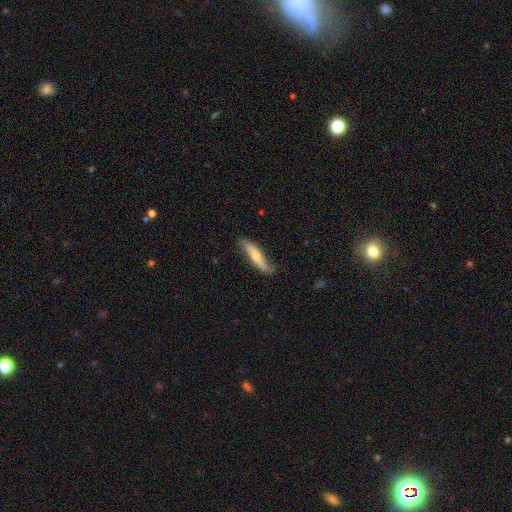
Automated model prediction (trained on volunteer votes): Smooth or featured: featured or disk — 48% (smooth — 46%)
Merging: none — 69% (minor disturbance — 24%)